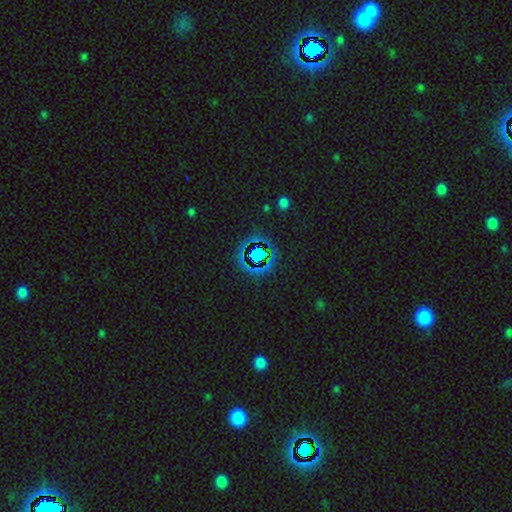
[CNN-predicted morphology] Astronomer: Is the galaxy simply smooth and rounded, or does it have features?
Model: star or artifact — 70%.